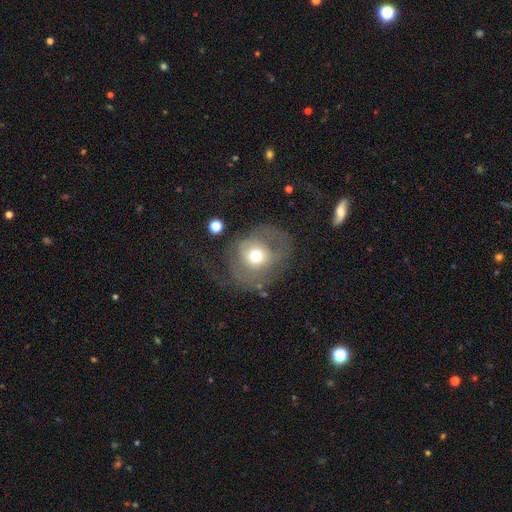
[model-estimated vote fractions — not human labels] smooth_or_featured: smooth (p=0.52) [alt: featured or disk p=0.39]
how_rounded: round (p=0.75) [alt: in between p=0.24]
merging: none (p=0.40) [alt: major disturbance p=0.37]